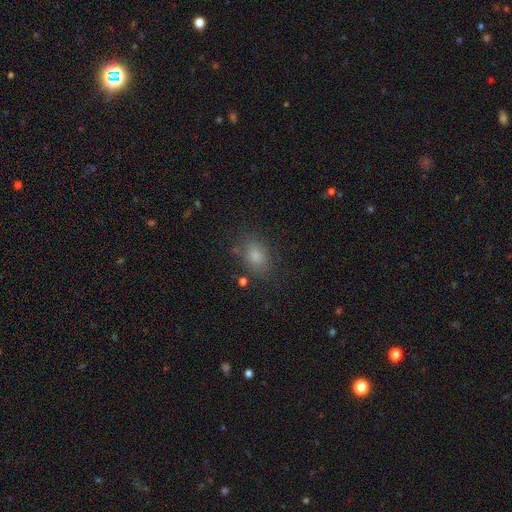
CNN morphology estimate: smooth_or_featured: smooth (p=0.81) [alt: star or artifact p=0.12]
how_rounded: in between (p=0.74) [alt: round p=0.24]
merging: none (p=0.80) [alt: minor disturbance p=0.13]